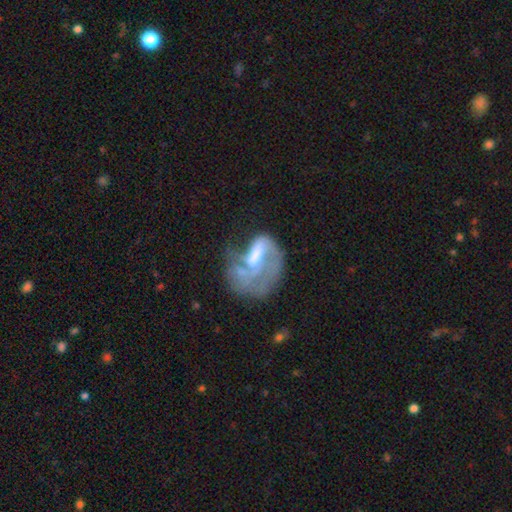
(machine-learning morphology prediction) Q: Smooth or featured?
A: featured or disk (65%); runner-up: smooth (26%)
Q: Edge-on disk?
A: no (97%); runner-up: yes (3%)
Q: Bar?
A: no (47%); runner-up: weak (36%)
Q: Spiral arms?
A: yes (57%); runner-up: no (43%)
Q: Bulge size?
A: moderate (40%); runner-up: none (25%)
Q: Merging?
A: major disturbance (45%); runner-up: none (25%)